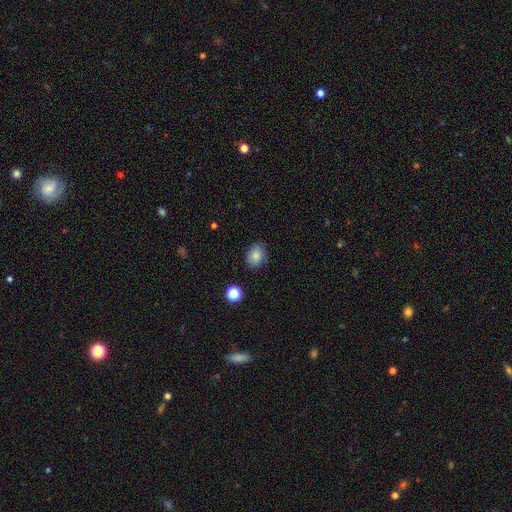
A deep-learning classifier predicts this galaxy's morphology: Smooth or featured? Predicted: smooth (p=0.83). How rounded? Predicted: in between (p=0.53). Merging? Predicted: none (p=0.79).